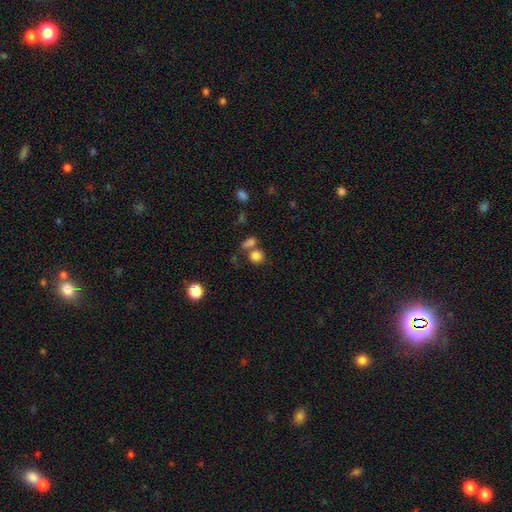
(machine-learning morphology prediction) Smooth or featured? smooth (81%)
How rounded? round (79%)
Merging? none (51%)